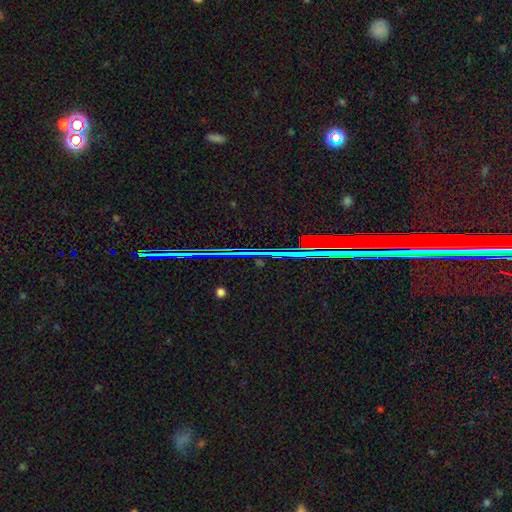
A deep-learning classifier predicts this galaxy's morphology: Q: Smooth or featured?
A: star or artifact (82%); runner-up: featured or disk (10%)